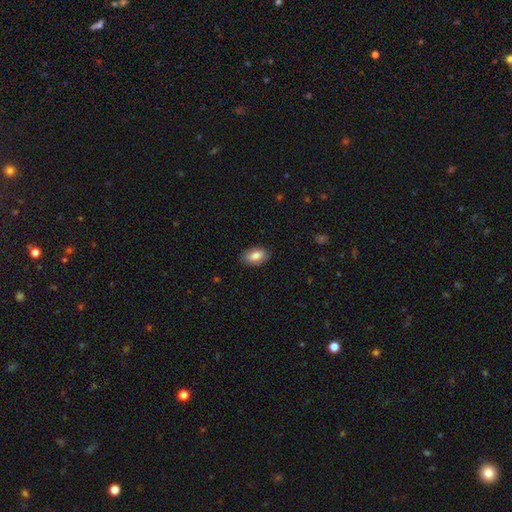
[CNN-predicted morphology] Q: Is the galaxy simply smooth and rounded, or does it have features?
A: smooth — 81%.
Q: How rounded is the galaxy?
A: in between — 92%.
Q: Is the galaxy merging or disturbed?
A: none — 86%.